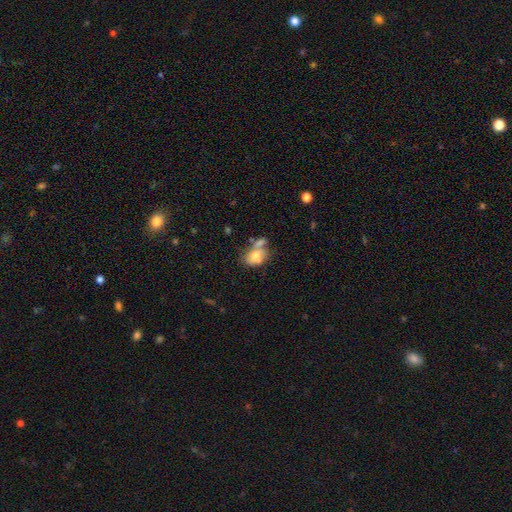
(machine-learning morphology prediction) smooth-or-featured: smooth: 57% | featured or disk: 33% | star or artifact: 11%
  how-rounded: in between: 75% | round: 23% | cigar-shaped: 2%
  merging: merger: 39% | none: 29% | minor disturbance: 19% | major disturbance: 13%